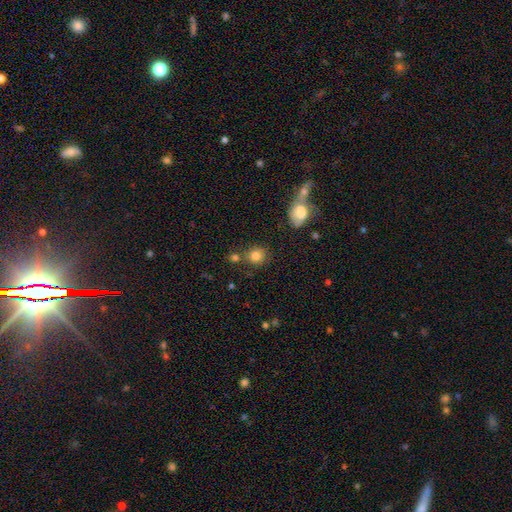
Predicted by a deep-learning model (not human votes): Smooth or featured?
  - smooth: 82% *
  - star or artifact: 11%
  - featured or disk: 7%
How rounded?
  - round: 82% *
  - in between: 17%
  - cigar-shaped: 1%
Merging?
  - none: 69% *
  - merger: 15%
  - minor disturbance: 11%
  - major disturbance: 4%